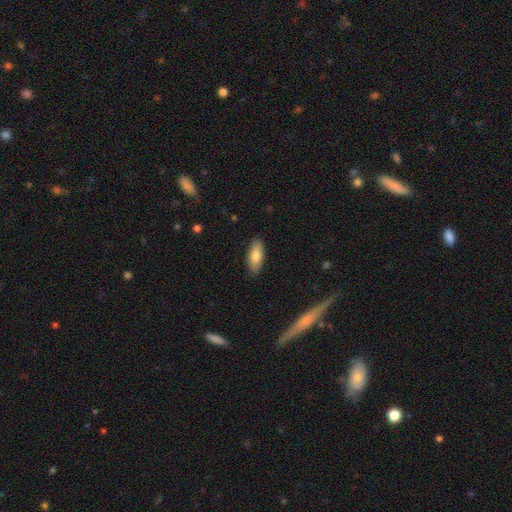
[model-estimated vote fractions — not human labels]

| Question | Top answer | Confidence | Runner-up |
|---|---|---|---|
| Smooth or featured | smooth | 78% | featured or disk (16%) |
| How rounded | in between | 79% | cigar-shaped (19%) |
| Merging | none | 87% | minor disturbance (10%) |